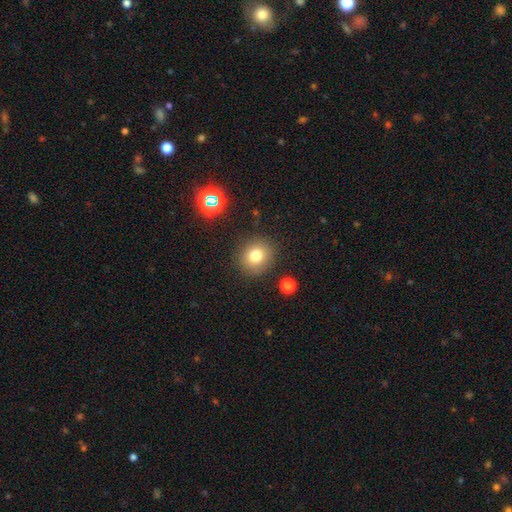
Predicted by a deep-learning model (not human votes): Smooth or featured? Predicted: smooth (p=0.77). How rounded? Predicted: round (p=0.82). Merging? Predicted: none (p=0.86).